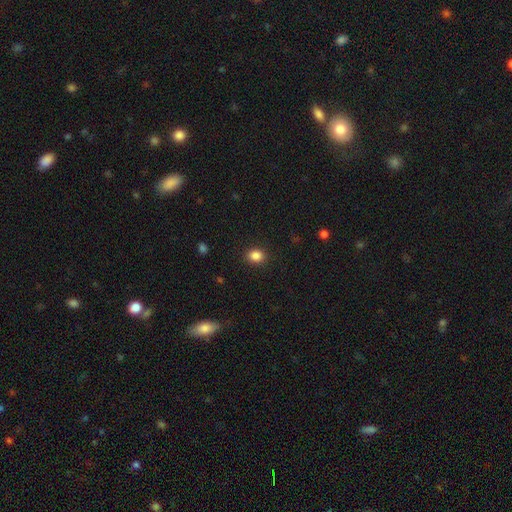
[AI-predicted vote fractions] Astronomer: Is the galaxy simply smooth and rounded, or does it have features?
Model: smooth — 86%.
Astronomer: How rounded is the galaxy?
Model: round — 50% (runner-up: in between, 49%).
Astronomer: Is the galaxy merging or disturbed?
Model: none — 89%.